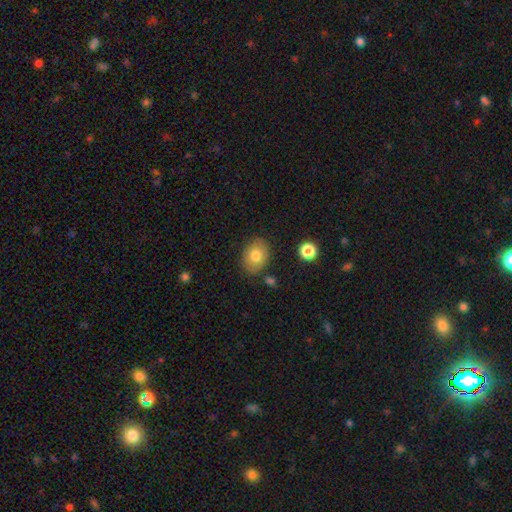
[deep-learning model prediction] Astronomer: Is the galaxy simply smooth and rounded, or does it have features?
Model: smooth — 78%.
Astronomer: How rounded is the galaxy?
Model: in between — 69%.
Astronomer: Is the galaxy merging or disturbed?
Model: none — 80%.